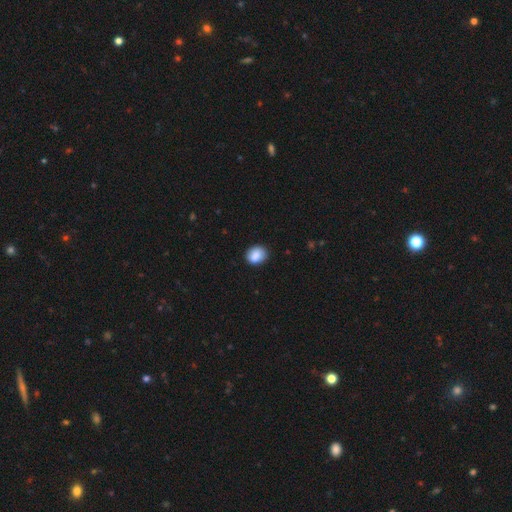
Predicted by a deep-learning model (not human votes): smooth_or_featured: smooth (p=0.86) [alt: star or artifact p=0.08]
how_rounded: round (p=0.57) [alt: in between p=0.42]
merging: none (p=0.80) [alt: minor disturbance p=0.15]